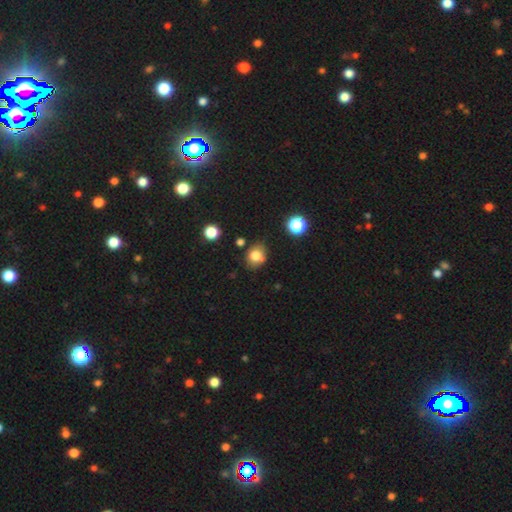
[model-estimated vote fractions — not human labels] Smooth or featured: smooth — 79% (star or artifact — 12%)
How rounded: round — 59% (in between — 40%)
Merging: none — 72% (minor disturbance — 18%)